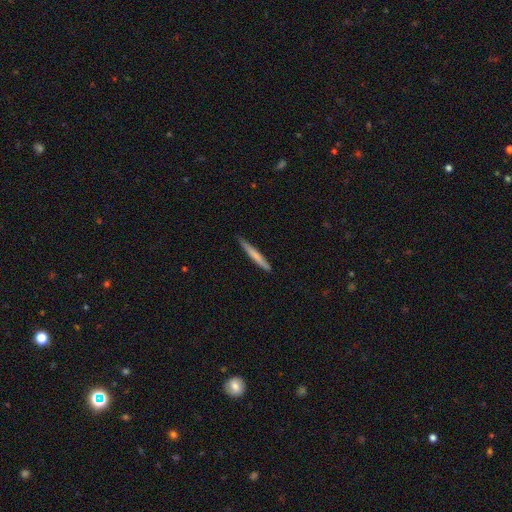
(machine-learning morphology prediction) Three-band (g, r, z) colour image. It shows a smooth galaxy with no disk features (68%) that is cigar-shaped (96%). Merging: none (86%).